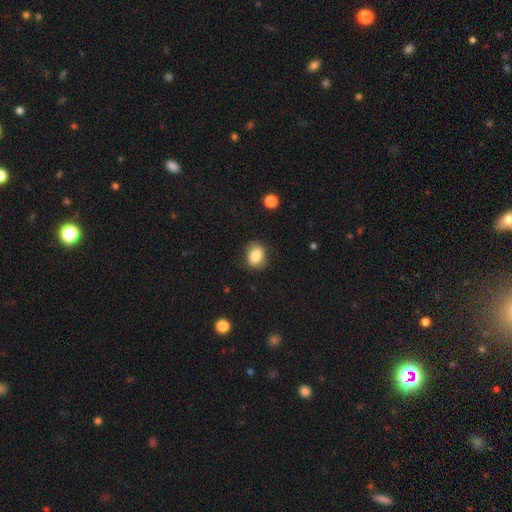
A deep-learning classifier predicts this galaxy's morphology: Smooth or featured? Predicted: smooth (p=0.82). How rounded? Predicted: in between (p=0.58). Merging? Predicted: none (p=0.81).